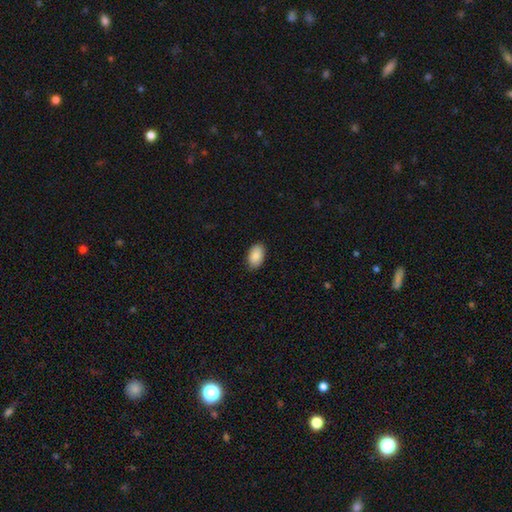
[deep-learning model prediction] The model was most divided on "merging": none: 87%, minor disturbance: 10%, major disturbance: 2%, merger: 1%. More confident: how rounded — in between (93%); smooth or featured — smooth (89%).